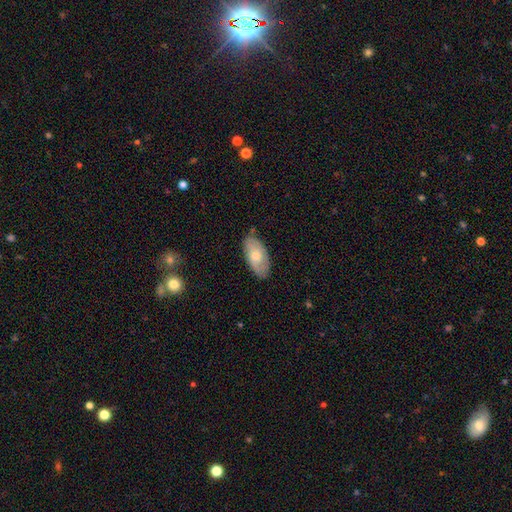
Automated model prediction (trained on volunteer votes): Smooth or featured: smooth — 62% (featured or disk — 32%)
How rounded: in between — 93% (cigar-shaped — 4%)
Merging: none — 76% (minor disturbance — 18%)